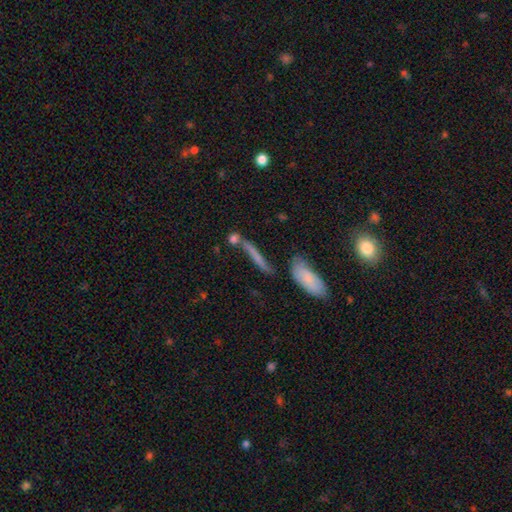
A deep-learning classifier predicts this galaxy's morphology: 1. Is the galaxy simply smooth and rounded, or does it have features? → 54% smooth, 34% featured or disk, 12% star or artifact.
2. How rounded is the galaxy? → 87% cigar-shaped, 9% in between, 4% round.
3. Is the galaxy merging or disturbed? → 60% none, 17% merger, 16% minor disturbance, 7% major disturbance.